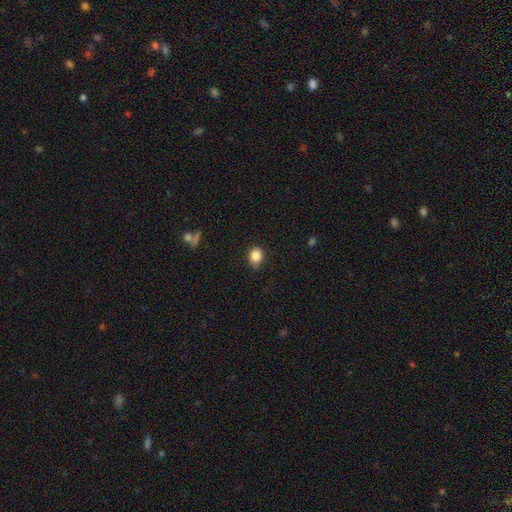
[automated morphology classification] Q: Smooth or featured?
A: smooth (85%); runner-up: star or artifact (10%)
Q: How rounded?
A: round (53%); runner-up: in between (46%)
Q: Merging?
A: none (71%); runner-up: minor disturbance (23%)